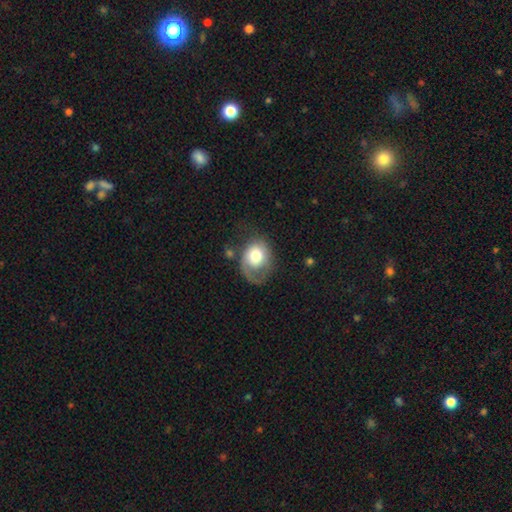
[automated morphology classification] Smooth or featured? smooth (57%)
How rounded? round (50%)
Merging? none (35%, tied with major disturbance)